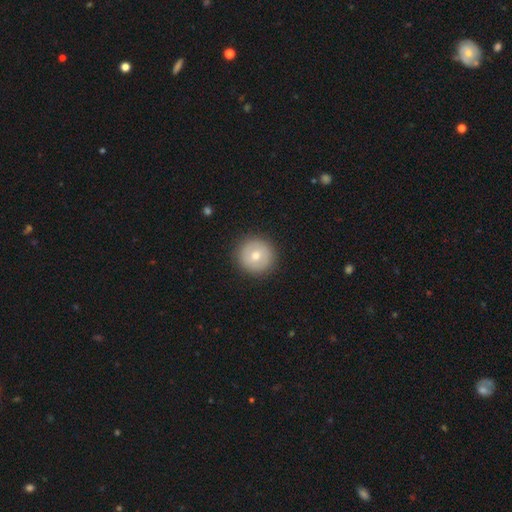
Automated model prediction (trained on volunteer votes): smooth 66%, featured or disk 27%, star or artifact 7%. Down the decision tree: how rounded — round (95%); merging — none (90%).